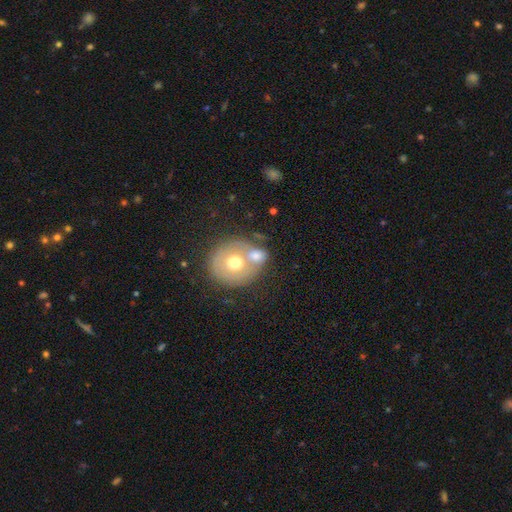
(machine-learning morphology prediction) Q: Smooth or featured?
A: smooth (58%); runner-up: featured or disk (34%)
Q: How rounded?
A: round (73%); runner-up: in between (25%)
Q: Merging?
A: merger (53%); runner-up: none (31%)